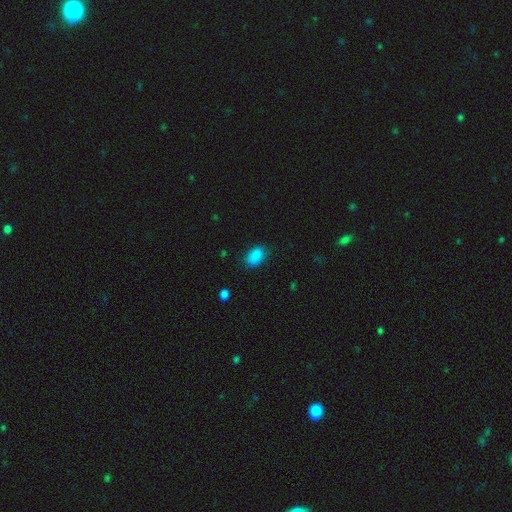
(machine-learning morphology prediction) Overall: smooth (87%). How rounded: in between (87%). Merging: none (80%).